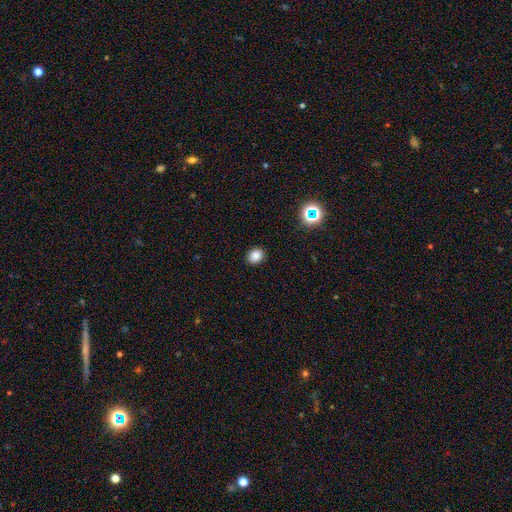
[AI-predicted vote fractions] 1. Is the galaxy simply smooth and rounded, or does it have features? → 83% smooth, 13% star or artifact, 4% featured or disk.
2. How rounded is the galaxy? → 54% round, 45% in between, 1% cigar-shaped.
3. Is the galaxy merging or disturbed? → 90% none, 6% minor disturbance, 2% major disturbance, 1% merger.